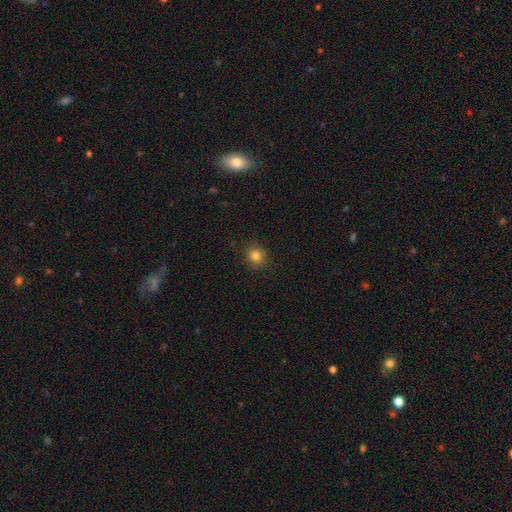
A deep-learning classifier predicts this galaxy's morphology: smooth_or_featured: smooth (p=0.82) [alt: star or artifact p=0.13]
how_rounded: round (p=0.89) [alt: in between p=0.10]
merging: none (p=0.90) [alt: minor disturbance p=0.07]